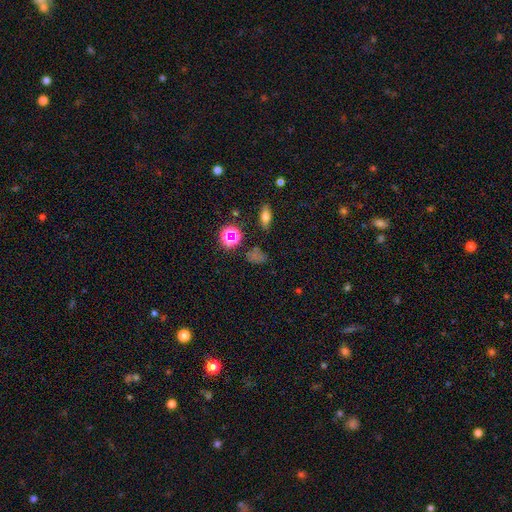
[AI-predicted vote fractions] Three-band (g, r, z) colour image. It shows a smooth galaxy with no disk features (46%). Merging: none (73%).